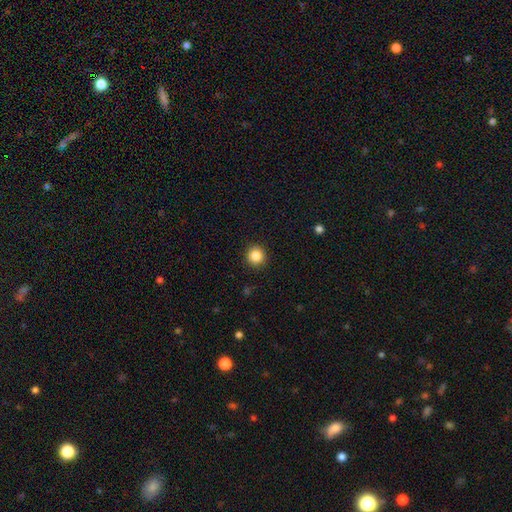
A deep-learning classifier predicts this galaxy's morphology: Q: Smooth or featured?
A: smooth (86%); runner-up: star or artifact (10%)
Q: How rounded?
A: round (94%); runner-up: in between (5%)
Q: Merging?
A: none (92%); runner-up: minor disturbance (5%)